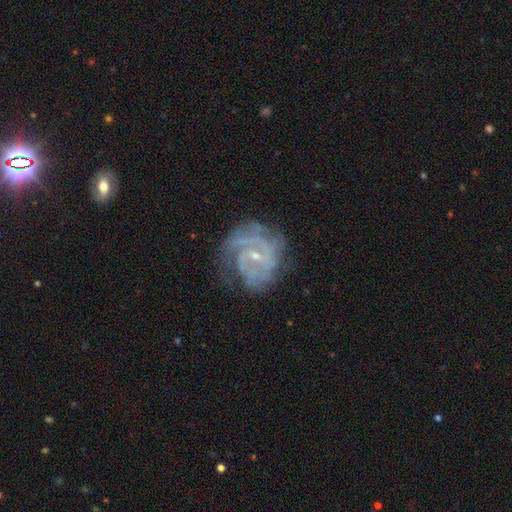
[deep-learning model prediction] featured or disk 86%, star or artifact 7%, smooth 7%. Down the decision tree: edge-on disk — no (98%); bar — weak (47%); spiral arms — yes (95%); spiral arm count — 2 (31%); spiral winding — tight (55%); bulge size — small (76%); merging — none (67%).